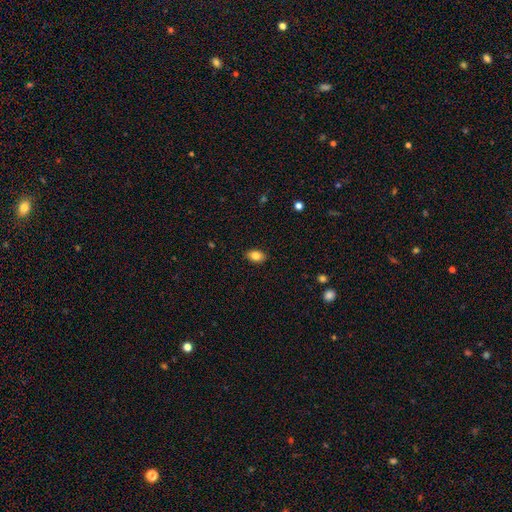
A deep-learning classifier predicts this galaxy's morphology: Overall: smooth (83%). How rounded: in between (85%). Merging: none (89%).